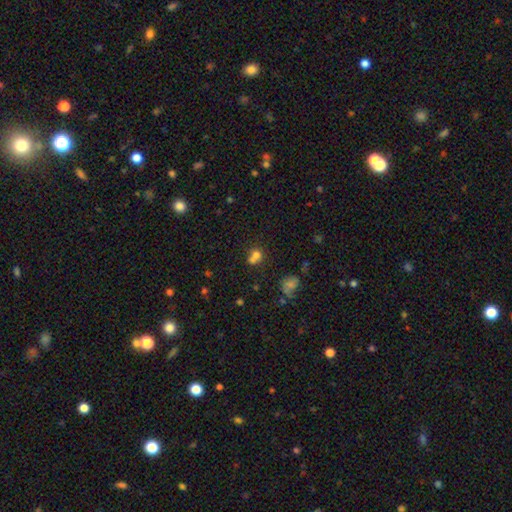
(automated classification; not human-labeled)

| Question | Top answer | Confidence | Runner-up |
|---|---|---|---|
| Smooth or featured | smooth | 70% | star or artifact (16%) |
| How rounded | round | 73% | in between (26%) |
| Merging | merger | 52% | none (34%) |